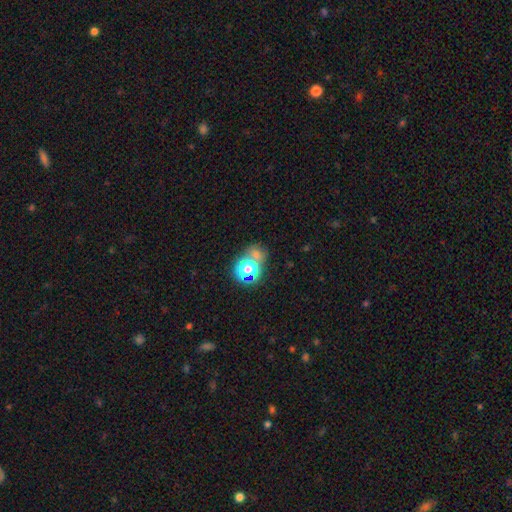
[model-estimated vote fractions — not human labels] Morphology: type=star or artifact (47%).